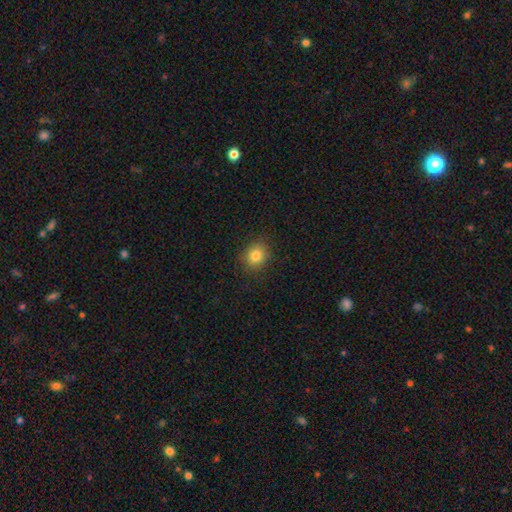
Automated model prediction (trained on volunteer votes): Smooth or featured? Predicted: smooth (p=0.82). How rounded? Predicted: round (p=0.74). Merging? Predicted: none (p=0.88).